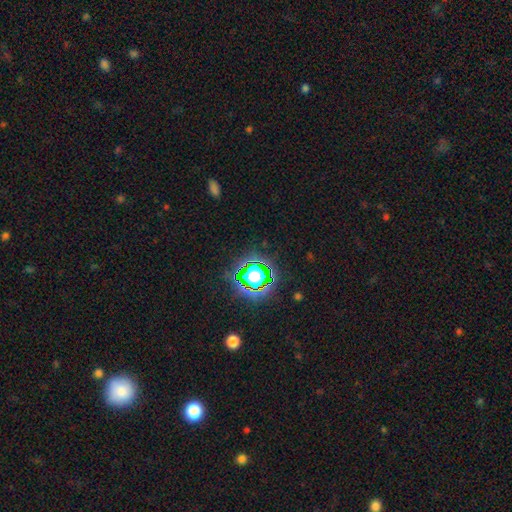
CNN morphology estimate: Smooth or featured: star or artifact — 81% (smooth — 12%)